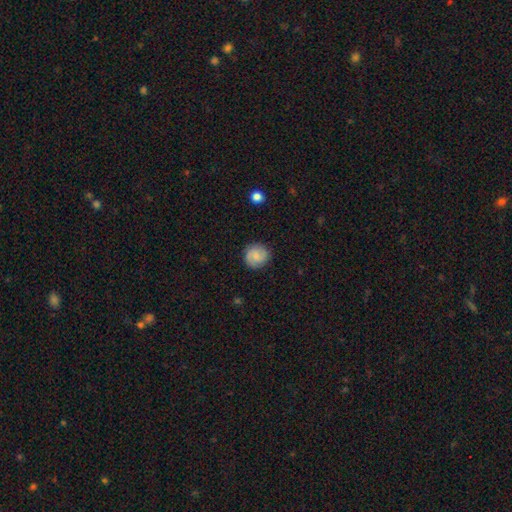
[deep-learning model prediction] smooth_or_featured: featured or disk (p=0.50) [alt: smooth p=0.43]
merging: none (p=0.87) [alt: minor disturbance p=0.09]